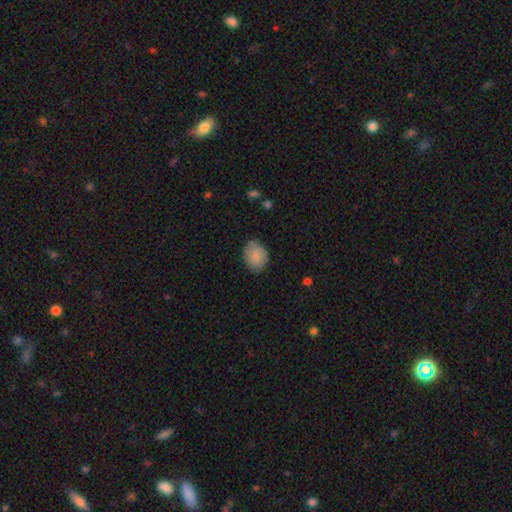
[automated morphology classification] type=smooth (83%); roundness=in between (58%); merging=none (78%).